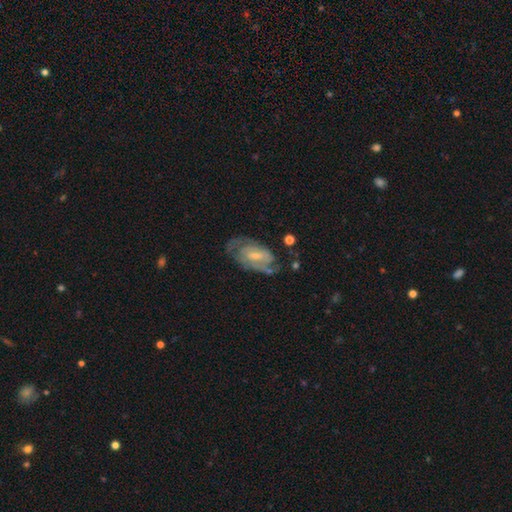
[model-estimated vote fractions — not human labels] This is clearly a featured or disk galaxy (82%). It is clearly not viewed edge-on (96%). Bar: possibly weak (49%). Spiral arm pattern: clearly yes (92%). Spiral arm count: likely 2 (65%). Spiral winding: marginally medium (44%). Central bulge: likely small (63%). Merging: likely none (64%).